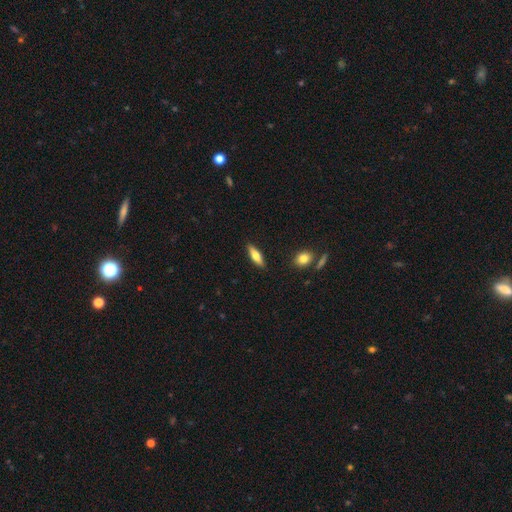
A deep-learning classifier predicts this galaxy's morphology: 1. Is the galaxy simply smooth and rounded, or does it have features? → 61% smooth, 32% featured or disk, 6% star or artifact.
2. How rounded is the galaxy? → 55% cigar-shaped, 42% in between, 2% round.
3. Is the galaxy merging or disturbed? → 89% none, 8% minor disturbance, 2% major disturbance, 2% merger.